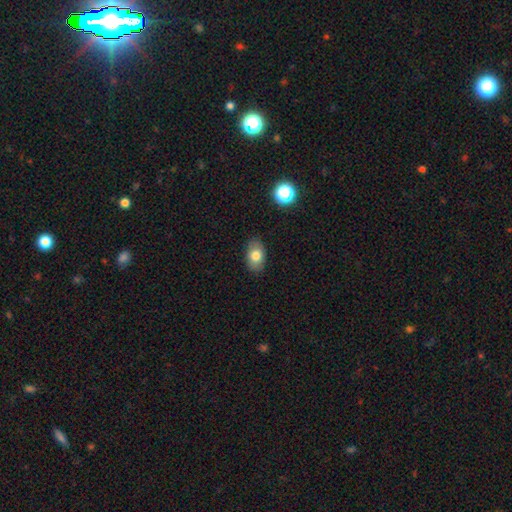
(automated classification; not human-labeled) A smooth galaxy with no disk features (78%) that is in between round and cigar-shaped (87%).

Vote fractions:
- Smooth or featured? smooth: 78% / featured or disk: 13% / star or artifact: 9%
- How rounded? in between: 87% / round: 11% / cigar-shaped: 1%
- Merging? none: 86% / minor disturbance: 10% / major disturbance: 2% / merger: 1%